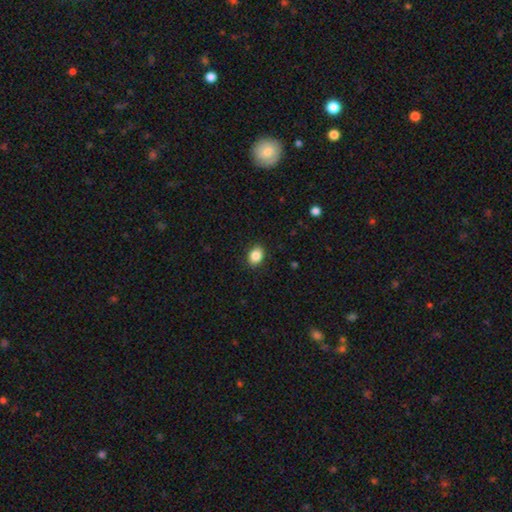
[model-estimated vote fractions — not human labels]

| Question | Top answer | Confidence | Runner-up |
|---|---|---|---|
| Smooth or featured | smooth | 87% | star or artifact (9%) |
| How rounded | in between | 61% | round (38%) |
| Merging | none | 89% | minor disturbance (8%) |